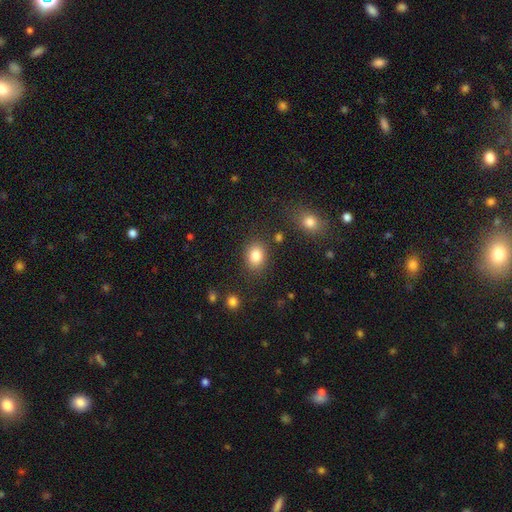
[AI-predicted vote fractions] A smooth galaxy with no disk features (84%) that is in between round and cigar-shaped (55%).

Vote fractions:
- Smooth or featured? smooth: 84% / star or artifact: 9% / featured or disk: 6%
- How rounded? in between: 55% / round: 44% / cigar-shaped: 1%
- Merging? none: 82% / minor disturbance: 11% / major disturbance: 4% / merger: 4%